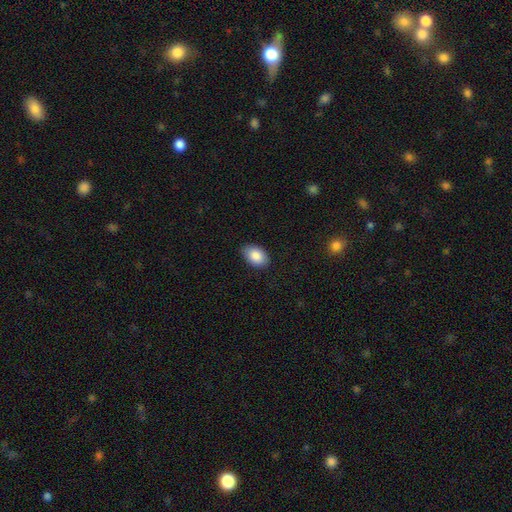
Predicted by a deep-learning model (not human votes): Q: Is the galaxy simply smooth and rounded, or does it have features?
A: smooth — 87%.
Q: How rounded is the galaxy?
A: in between — 88%.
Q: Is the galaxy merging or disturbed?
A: none — 84%.